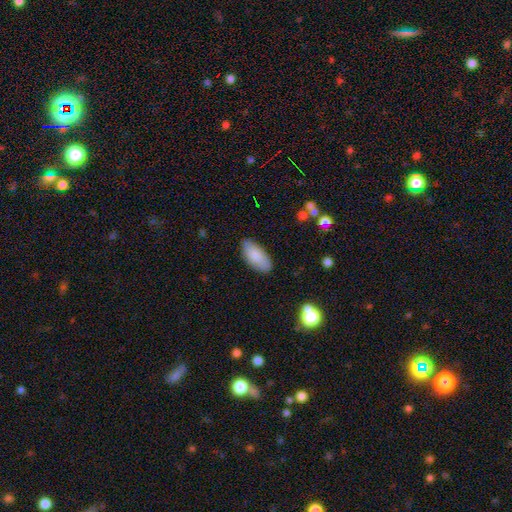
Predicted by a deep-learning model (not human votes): Q: Smooth or featured?
A: smooth (86%); runner-up: featured or disk (8%)
Q: How rounded?
A: in between (89%); runner-up: cigar-shaped (9%)
Q: Merging?
A: none (85%); runner-up: minor disturbance (12%)